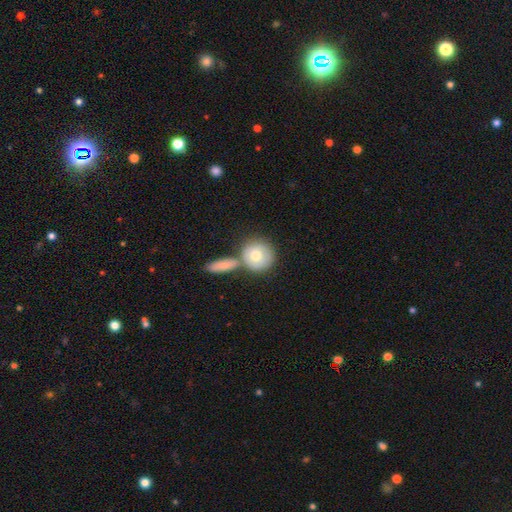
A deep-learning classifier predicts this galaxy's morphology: Overall: smooth (67%). How rounded: round (88%). Merging: none (59%; merger 25%).